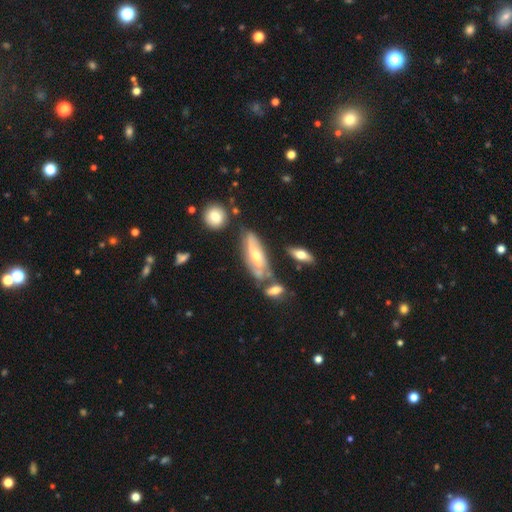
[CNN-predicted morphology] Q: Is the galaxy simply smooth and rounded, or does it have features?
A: featured or disk — 62%.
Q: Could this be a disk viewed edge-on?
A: no — 68%.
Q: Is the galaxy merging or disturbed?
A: none — 56%.